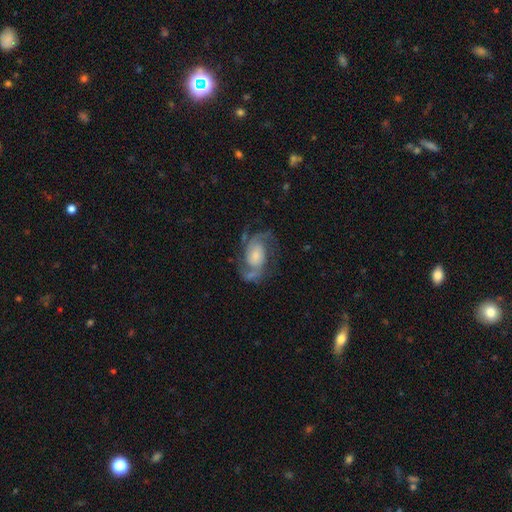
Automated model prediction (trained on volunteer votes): Overall: featured or disk (86%). Edge-on disk: no (98%). Bar: no (55%; weak 35%). Spiral arms: yes (97%). Spiral arm count: 2 (79%). Spiral winding: medium (54%; loose 24%). Bulge size: small (36%; moderate 30%). Merging: none (66%).